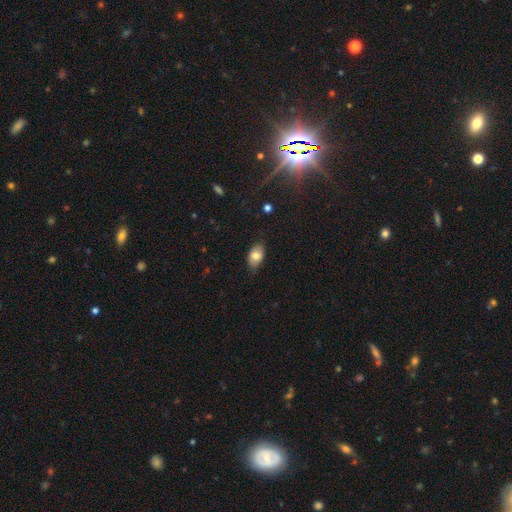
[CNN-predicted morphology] type=smooth (79%); roundness=in between (90%); merging=none (79%).